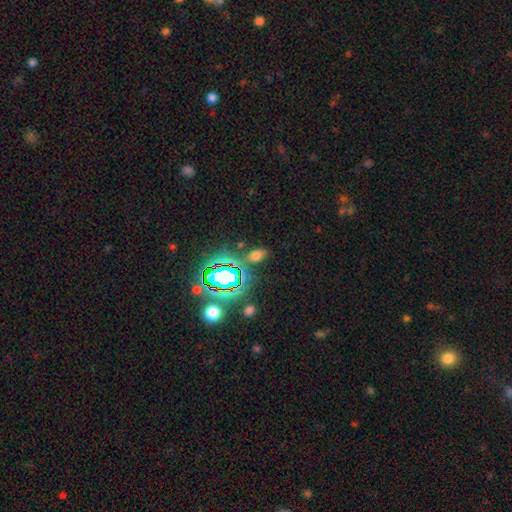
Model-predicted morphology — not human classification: Overall: smooth (57%; star or artifact 33%). How rounded: in between (84%). Merging: none (76%).